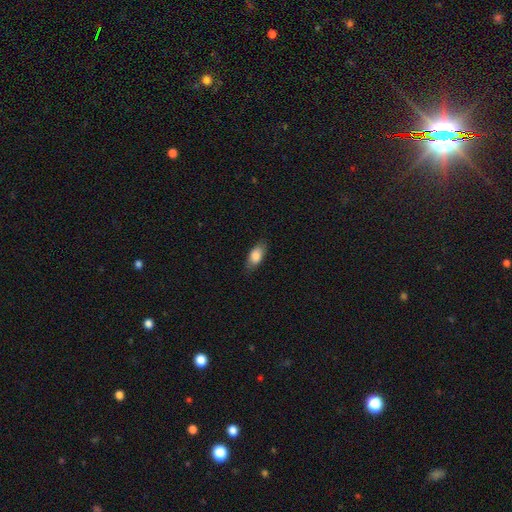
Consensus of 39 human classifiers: Morphology: type=smooth (77%); roundness=in between (87%); merging=none (79%).